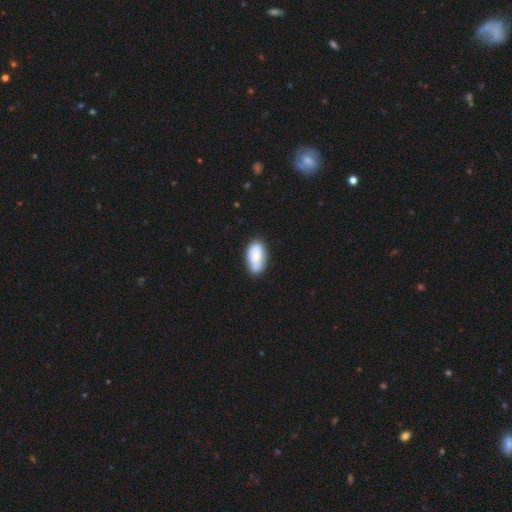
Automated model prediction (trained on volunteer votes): Smooth or featured: smooth — 75% (featured or disk — 19%)
How rounded: in between — 93% (round — 3%)
Merging: none — 73% (minor disturbance — 20%)